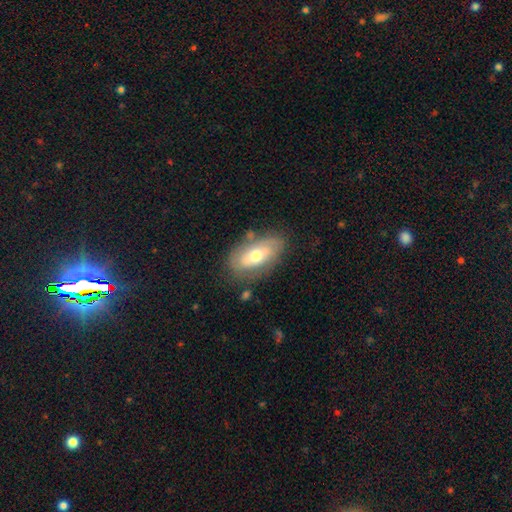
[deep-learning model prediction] A smooth galaxy with no disk features (52%) that is in between round and cigar-shaped (89%).

Vote fractions:
- Smooth or featured? smooth: 52% / featured or disk: 41% / star or artifact: 7%
- How rounded? in between: 89% / round: 5% / cigar-shaped: 5%
- Merging? none: 68% / minor disturbance: 21% / major disturbance: 7% / merger: 4%